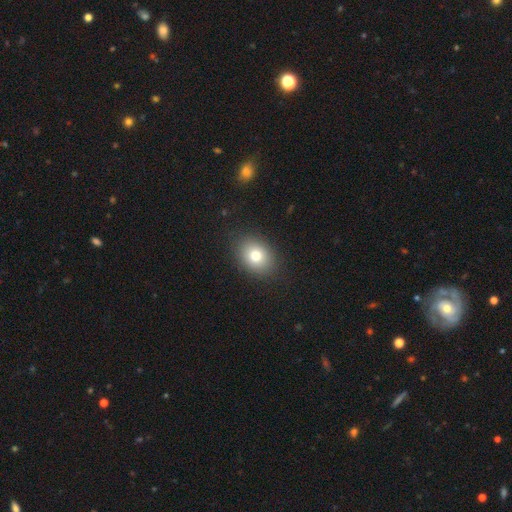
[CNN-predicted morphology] Smooth or featured? Predicted: smooth (p=0.78). How rounded? Predicted: in between (p=0.57). Merging? Predicted: none (p=0.88).